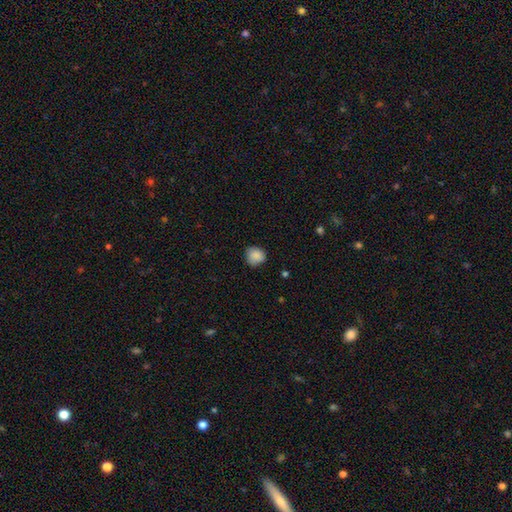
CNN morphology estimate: smooth 87%, star or artifact 8%, featured or disk 5%. Down the decision tree: how rounded — round (80%); merging — none (76%).